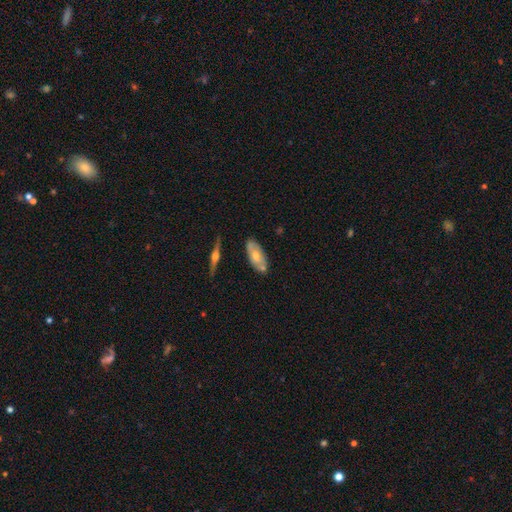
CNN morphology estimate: This appears to be a featured or disk galaxy (49%). Merging: none (73%).